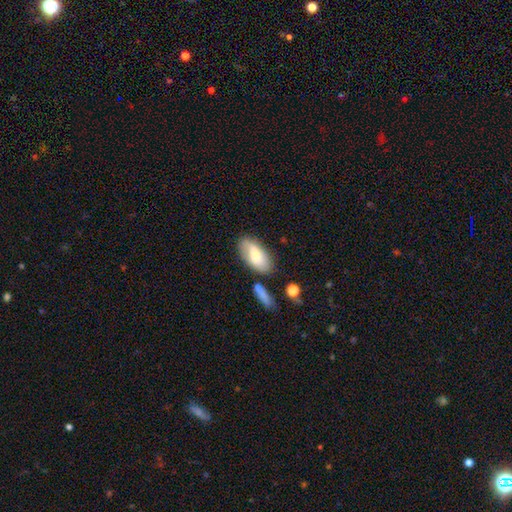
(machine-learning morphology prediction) smooth 74%, featured or disk 19%, star or artifact 7%. Down the decision tree: how rounded — in between (90%); merging — none (67%).